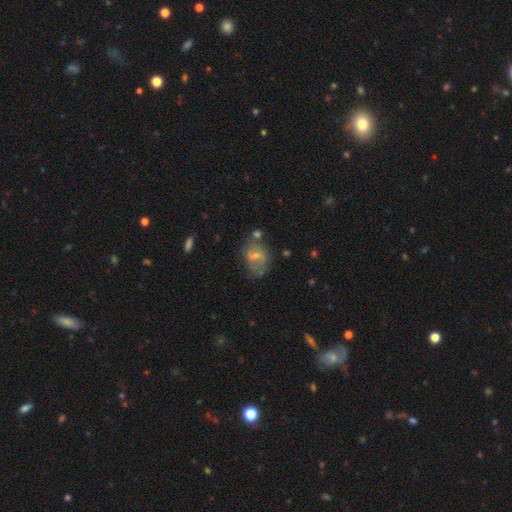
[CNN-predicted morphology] The model was most divided on "smooth or featured": smooth: 46%, featured or disk: 44%, star or artifact: 9%. More confident: merging — none (51%).